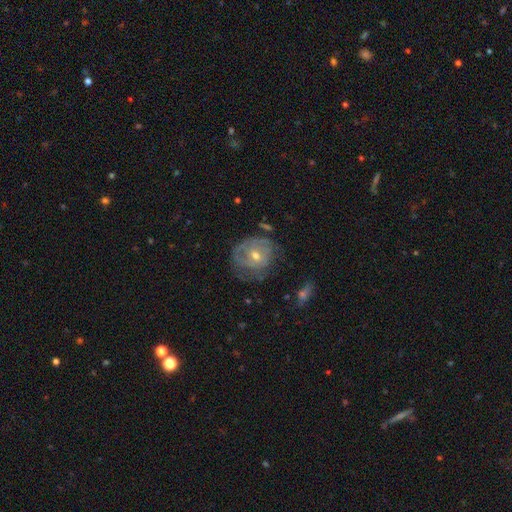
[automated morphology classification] smooth-or-featured: featured or disk: 68% | smooth: 24% | star or artifact: 9%
  disk-edge-on: no: 96% | yes: 4%
    bar: no: 66% | weak: 28% | strong: 6%
    has-spiral-arms: yes: 71% | no: 29%
    bulge-size: moderate: 53% | small: 43% | large: 2% | none: 1% | dominant: 1%
  merging: none: 57% | minor disturbance: 25% | major disturbance: 15% | merger: 3%